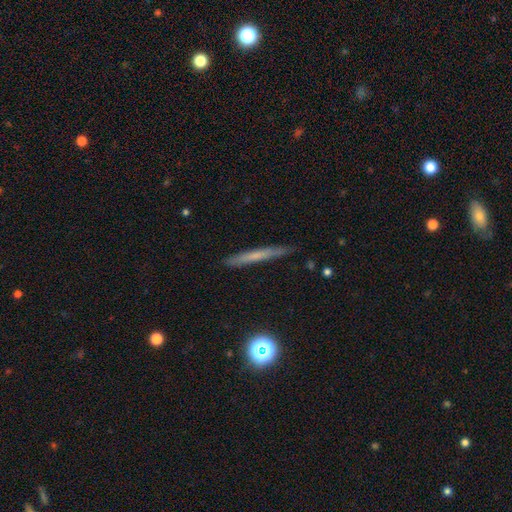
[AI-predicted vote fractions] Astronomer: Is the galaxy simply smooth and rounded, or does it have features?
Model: smooth — 51% (runner-up: featured or disk, 39%).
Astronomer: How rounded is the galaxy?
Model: cigar-shaped — 95%.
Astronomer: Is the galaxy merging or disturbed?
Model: none — 86%.